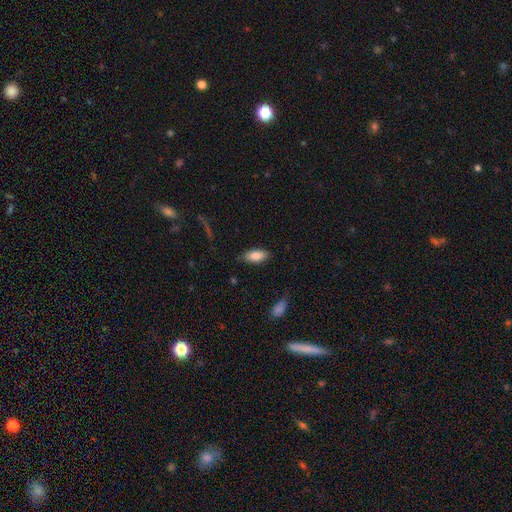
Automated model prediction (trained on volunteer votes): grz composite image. It shows a smooth galaxy with no disk features (84%) that is in between round and cigar-shaped (87%). Merging: none (81%).